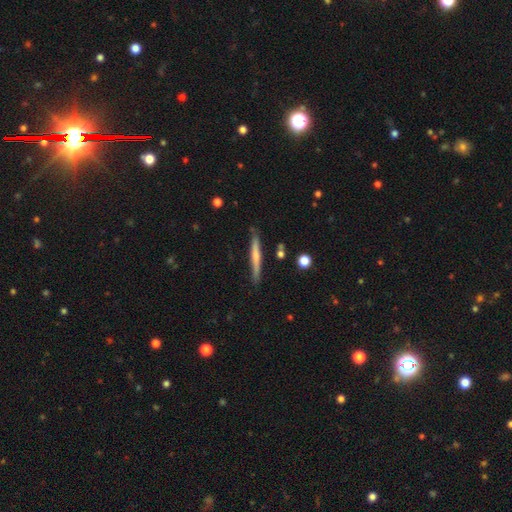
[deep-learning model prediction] smooth_or_featured: smooth (p=0.50) [alt: featured or disk p=0.45]
merging: none (p=0.84) [alt: minor disturbance p=0.11]